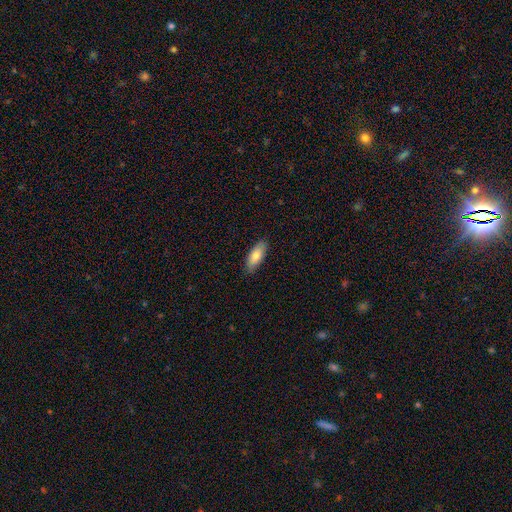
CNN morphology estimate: Smooth or featured?
  - smooth: 82% *
  - featured or disk: 12%
  - star or artifact: 6%
How rounded?
  - in between: 80% *
  - cigar-shaped: 18%
  - round: 2%
Merging?
  - none: 86% *
  - minor disturbance: 11%
  - major disturbance: 2%
  - merger: 1%